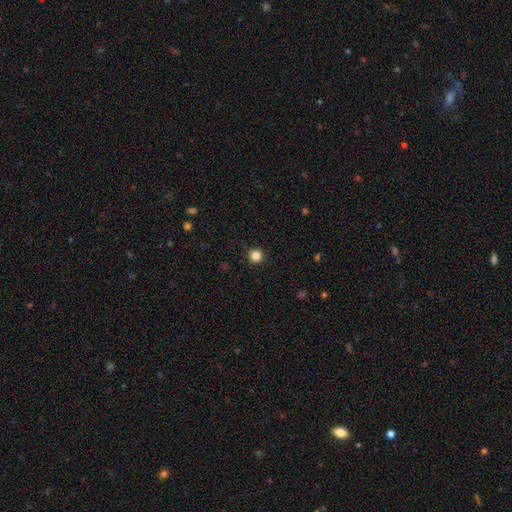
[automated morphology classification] Smooth or featured: smooth — 84% (star or artifact — 12%)
How rounded: round — 96% (in between — 3%)
Merging: none — 93% (minor disturbance — 4%)